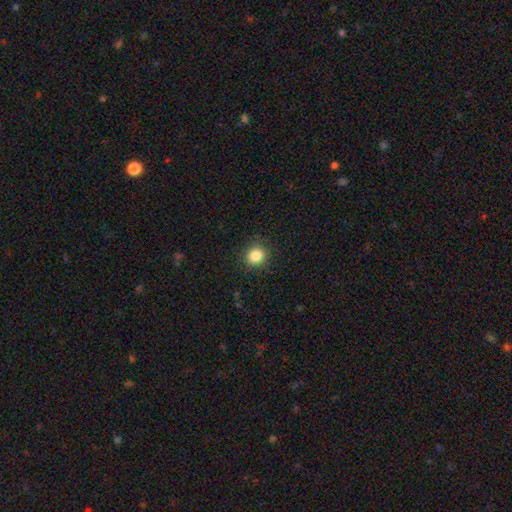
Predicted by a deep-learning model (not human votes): smooth 85%, star or artifact 11%, featured or disk 4%. Down the decision tree: how rounded — round (89%); merging — none (90%).